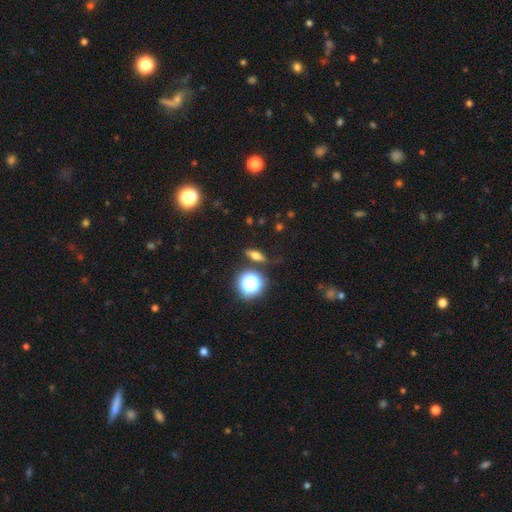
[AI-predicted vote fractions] Smooth or featured?
  - smooth: 55% *
  - featured or disk: 26%
  - star or artifact: 19%
How rounded?
  - in between: 48% *
  - cigar-shaped: 30%
  - round: 22%
Merging?
  - none: 83% *
  - minor disturbance: 10%
  - major disturbance: 3%
  - merger: 3%